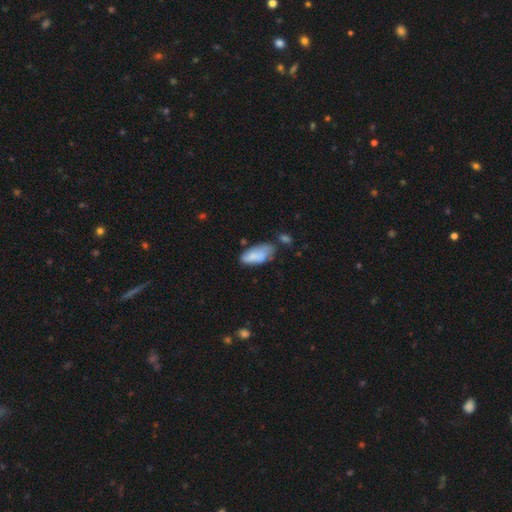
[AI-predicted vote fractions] smooth-or-featured: smooth: 78% | featured or disk: 15% | star or artifact: 7%
  how-rounded: in between: 87% | cigar-shaped: 11% | round: 2%
  merging: none: 43% | minor disturbance: 33% | major disturbance: 12% | merger: 12%